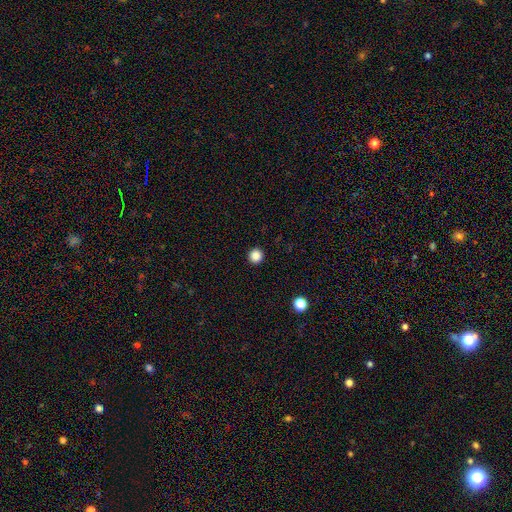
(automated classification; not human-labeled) Smooth or featured?
  - smooth: 86% *
  - star or artifact: 11%
  - featured or disk: 3%
How rounded?
  - round: 96% *
  - in between: 3%
  - cigar-shaped: 1%
Merging?
  - none: 94% *
  - minor disturbance: 4%
  - major disturbance: 1%
  - merger: 1%